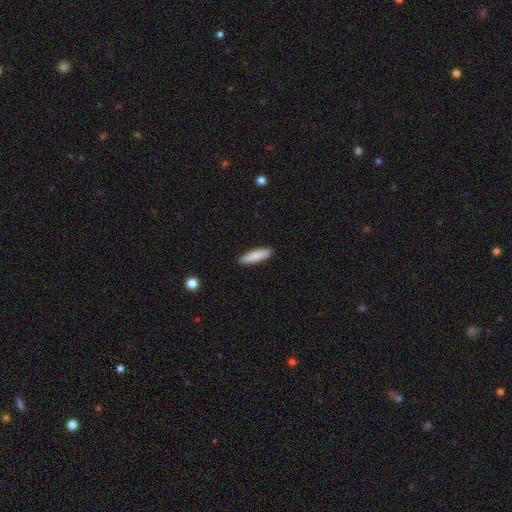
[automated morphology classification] Smooth or featured?
  - smooth: 87% *
  - featured or disk: 8%
  - star or artifact: 6%
How rounded?
  - cigar-shaped: 70% *
  - in between: 29%
  - round: 1%
Merging?
  - none: 90% *
  - minor disturbance: 8%
  - major disturbance: 2%
  - merger: 1%